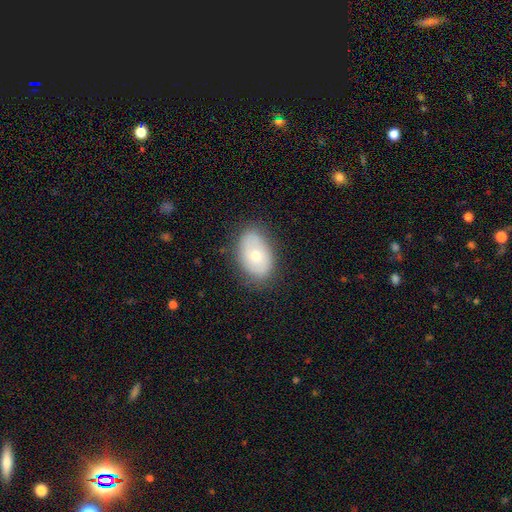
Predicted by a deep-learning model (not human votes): A smooth galaxy with no disk features (60%) that is in between round and cigar-shaped (86%).

Vote fractions:
- Smooth or featured? smooth: 60% / featured or disk: 33% / star or artifact: 7%
- How rounded? in between: 86% / round: 13% / cigar-shaped: 1%
- Merging? none: 78% / minor disturbance: 17% / major disturbance: 4% / merger: 1%